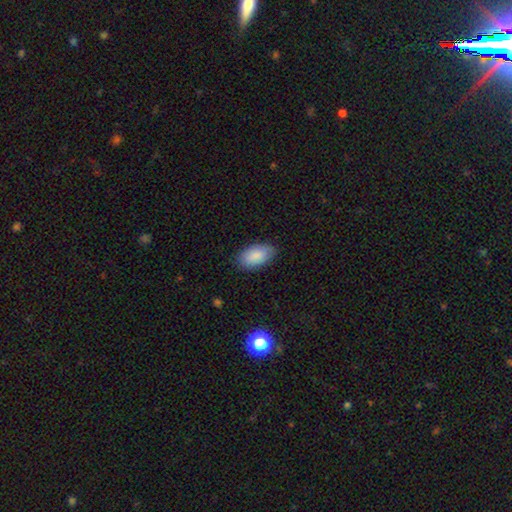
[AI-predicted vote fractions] Smooth or featured? smooth (87%)
How rounded? in between (95%)
Merging? none (83%)